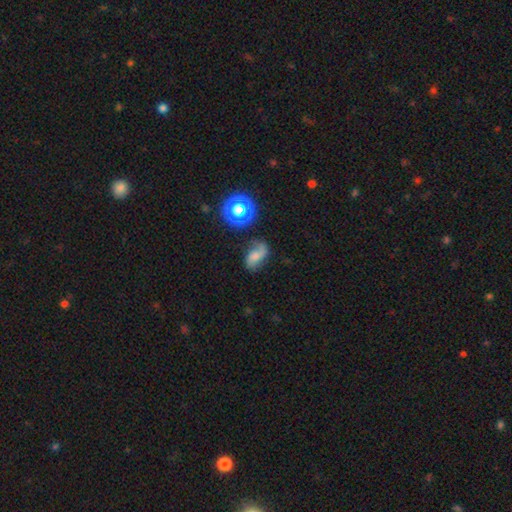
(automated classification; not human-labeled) This is possibly a featured or disk galaxy (59%). It is clearly not viewed edge-on (97%). Bar: possibly no (52%). Spiral arm pattern: clearly yes (92%). Spiral arm count: clearly 2 (83%). Spiral winding: likely loose (66%). Central bulge: marginally none (39%). Merging: possibly none (60%).